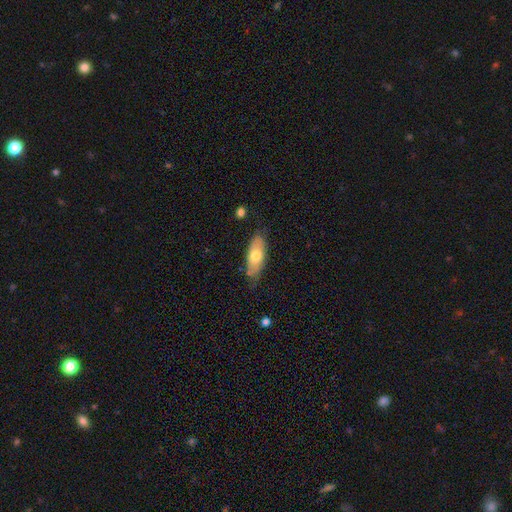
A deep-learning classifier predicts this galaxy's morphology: The model was most divided on "smooth or featured": smooth: 67%, featured or disk: 27%, star or artifact: 6%. More confident: how rounded — in between (79%); merging — none (73%).